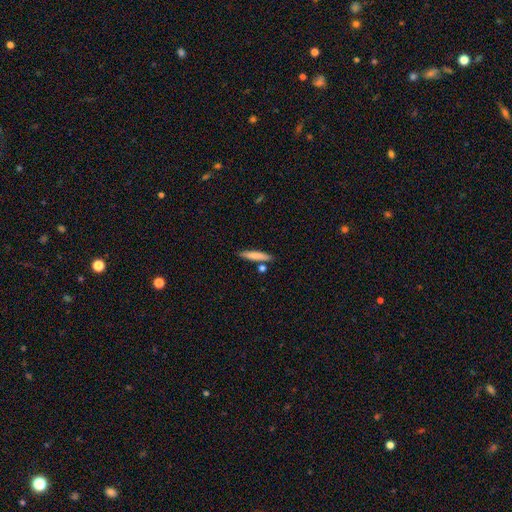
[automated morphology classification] The model was most divided on "smooth or featured": smooth: 77%, featured or disk: 17%, star or artifact: 6%. More confident: how rounded — cigar-shaped (89%); merging — none (80%).